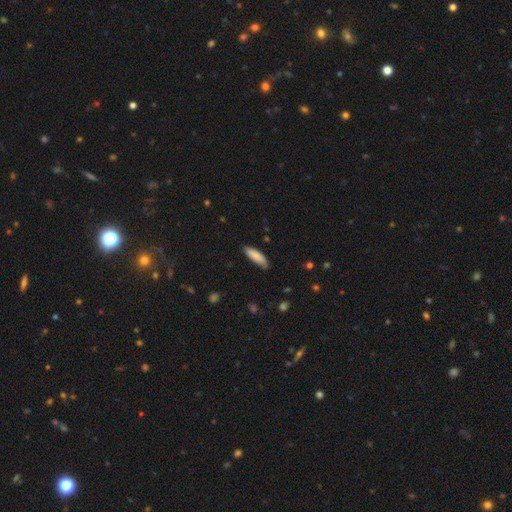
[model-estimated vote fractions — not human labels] smooth-or-featured: smooth: 86% | featured or disk: 8% | star or artifact: 6%
  how-rounded: cigar-shaped: 57% | in between: 42% | round: 1%
  merging: none: 81% | minor disturbance: 15% | major disturbance: 2% | merger: 1%